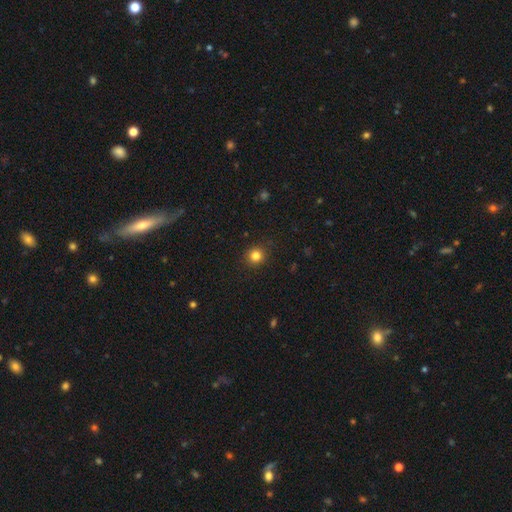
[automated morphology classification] Smooth or featured: smooth — 82% (star or artifact — 13%)
How rounded: round — 90% (in between — 9%)
Merging: none — 90% (minor disturbance — 7%)